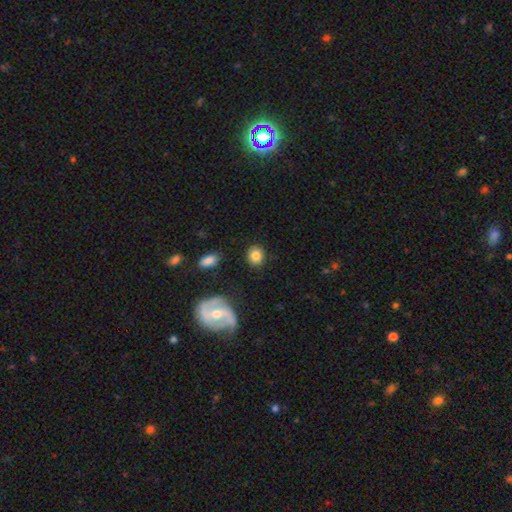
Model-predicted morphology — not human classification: This is clearly a smooth galaxy (81%). How rounded: likely round (71%). Merging: clearly none (86%).